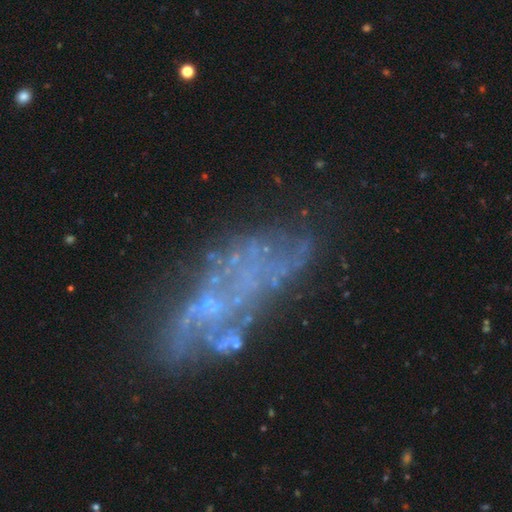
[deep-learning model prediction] Smooth or featured: featured or disk — 69% (smooth — 16%)
Edge-on disk: no — 92% (yes — 8%)
Bar: no — 88% (weak — 9%)
Spiral arms: no — 78% (yes — 22%)
Bulge size: none — 72% (small — 21%)
Merging: none — 50% (major disturbance — 23%)